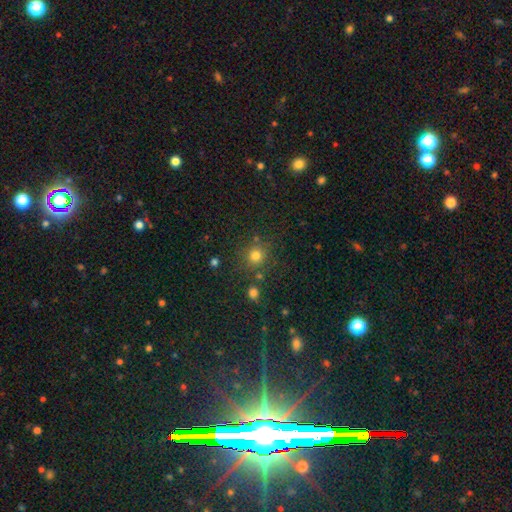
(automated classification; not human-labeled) smooth-or-featured: smooth: 76% | star or artifact: 17% | featured or disk: 7%
  how-rounded: round: 91% | in between: 8% | cigar-shaped: 1%
  merging: none: 79% | minor disturbance: 9% | merger: 8% | major disturbance: 4%